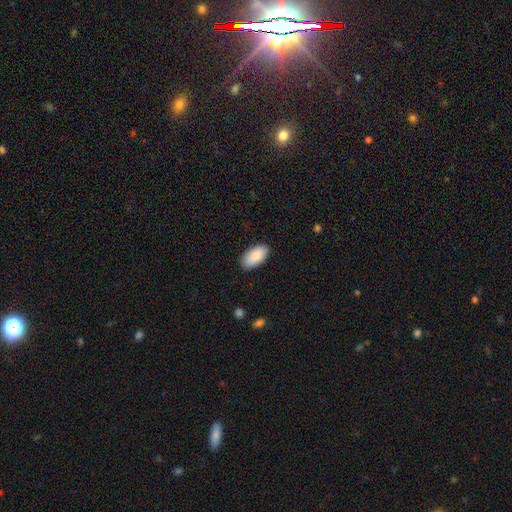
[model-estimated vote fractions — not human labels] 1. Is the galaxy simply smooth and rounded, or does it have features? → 86% smooth, 8% featured or disk, 6% star or artifact.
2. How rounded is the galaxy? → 95% in between, 3% cigar-shaped, 2% round.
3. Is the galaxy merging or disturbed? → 86% none, 11% minor disturbance, 2% major disturbance, 1% merger.